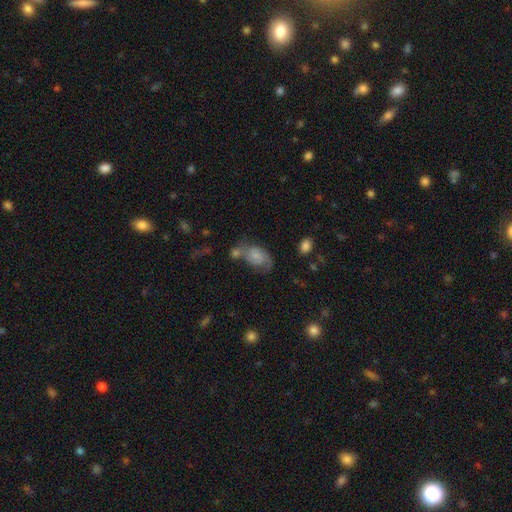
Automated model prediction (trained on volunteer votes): Smooth or featured? smooth (53%)
How rounded? in between (86%)
Merging? none (35%)